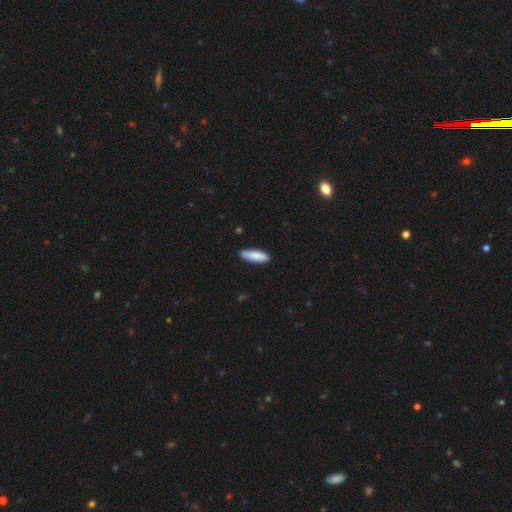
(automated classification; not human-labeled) A smooth galaxy with no disk features (86%) that is cigar-shaped (53%).

Vote fractions:
- Smooth or featured? smooth: 86% / featured or disk: 8% / star or artifact: 6%
- How rounded? cigar-shaped: 53% / in between: 45% / round: 2%
- Merging? none: 85% / minor disturbance: 12% / major disturbance: 2% / merger: 1%